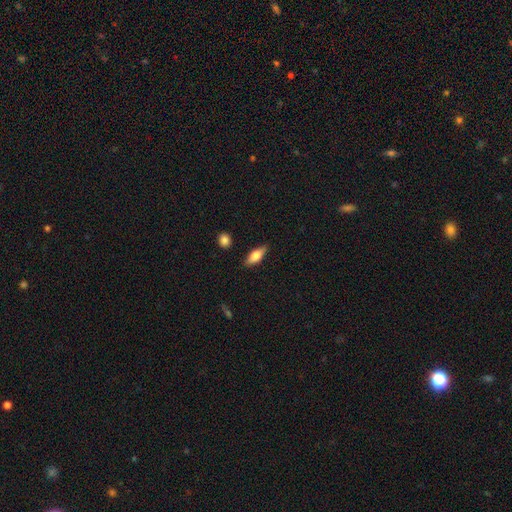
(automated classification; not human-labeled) Smooth or featured: smooth — 68% (featured or disk — 25%)
How rounded: in between — 68% (cigar-shaped — 29%)
Merging: none — 84% (minor disturbance — 12%)